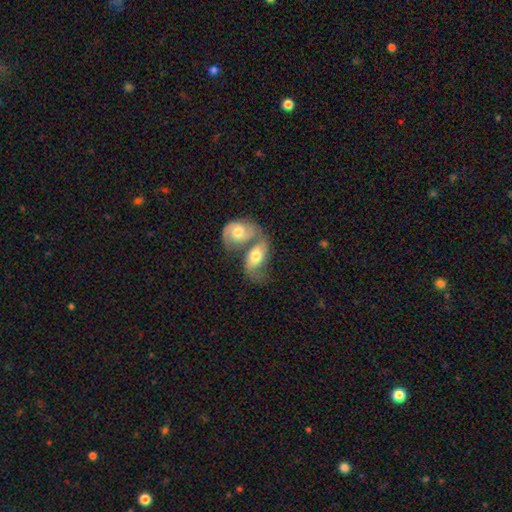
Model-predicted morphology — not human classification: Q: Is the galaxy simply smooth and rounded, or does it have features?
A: featured or disk — 55%.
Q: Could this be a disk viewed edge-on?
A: no — 93%.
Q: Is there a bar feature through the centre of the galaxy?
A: no — 61%.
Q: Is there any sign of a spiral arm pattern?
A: yes — 81%.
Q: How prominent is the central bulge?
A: moderate — 67%.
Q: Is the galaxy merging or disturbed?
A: merger — 69%.